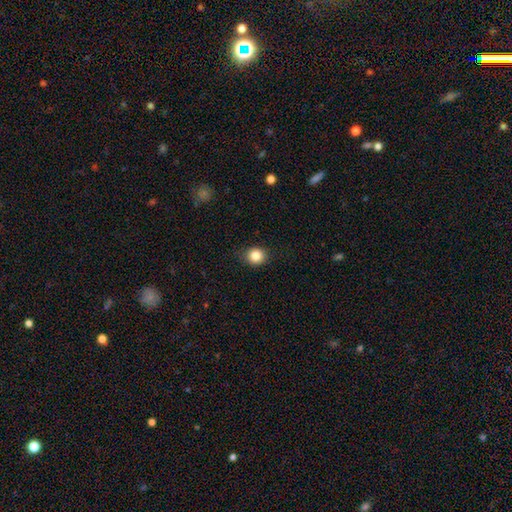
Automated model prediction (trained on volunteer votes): Q: Smooth or featured?
A: smooth (85%); runner-up: star or artifact (10%)
Q: How rounded?
A: round (77%); runner-up: in between (22%)
Q: Merging?
A: none (85%); runner-up: minor disturbance (12%)